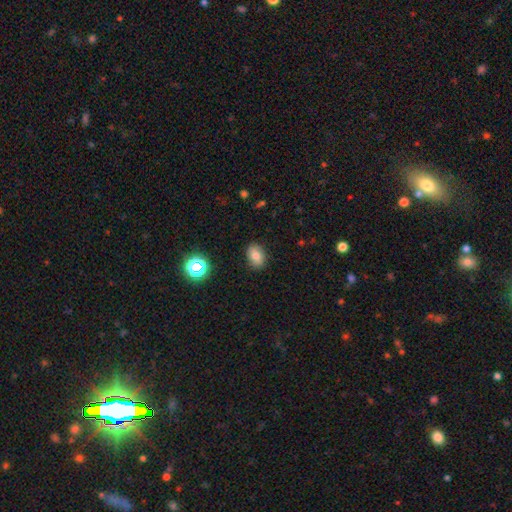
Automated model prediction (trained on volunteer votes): Smooth or featured?
  - smooth: 74% *
  - featured or disk: 14%
  - star or artifact: 12%
How rounded?
  - in between: 74% *
  - round: 25%
  - cigar-shaped: 1%
Merging?
  - none: 86% *
  - minor disturbance: 10%
  - major disturbance: 2%
  - merger: 1%